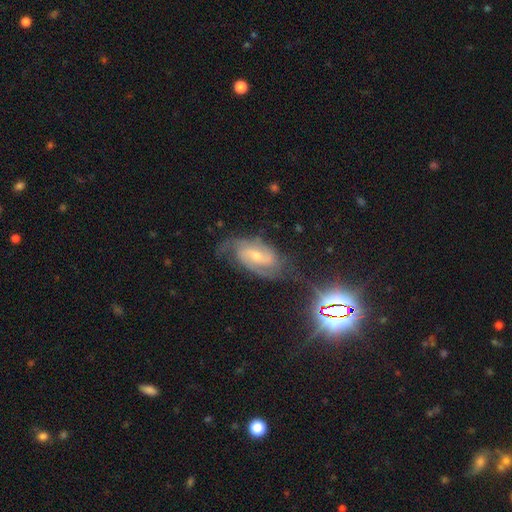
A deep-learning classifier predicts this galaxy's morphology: Smooth or featured? Predicted: featured or disk (p=0.78). Edge-on disk? Predicted: no (p=0.95). Bar? Predicted: weak (p=0.43). Spiral arms? Predicted: yes (p=0.95). Spiral winding? Predicted: medium (p=0.47). Spiral arm count? Predicted: 2 (p=0.62). Bulge size? Predicted: small (p=0.52). Merging? Predicted: none (p=0.62).